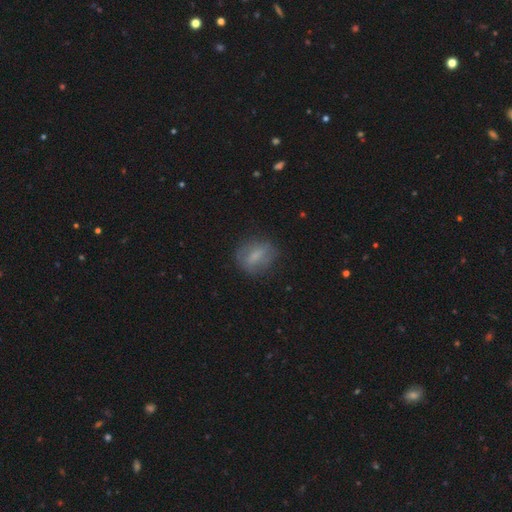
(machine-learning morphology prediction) smooth 61%, featured or disk 29%, star or artifact 9%. Down the decision tree: how rounded — in between (52%); merging — none (73%).